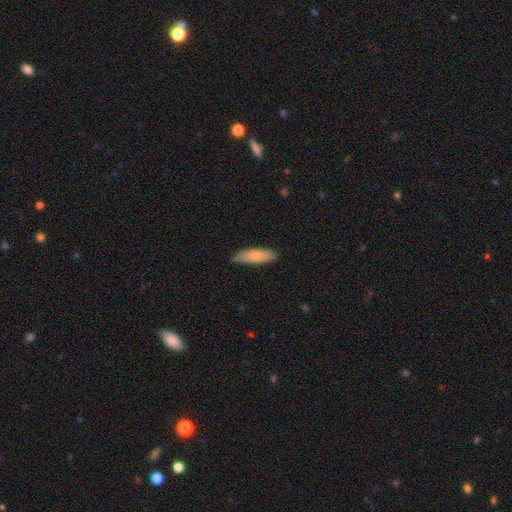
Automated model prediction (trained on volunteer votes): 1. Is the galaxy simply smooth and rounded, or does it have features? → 78% smooth, 16% featured or disk, 5% star or artifact.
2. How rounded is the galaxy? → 56% cigar-shaped, 42% in between, 2% round.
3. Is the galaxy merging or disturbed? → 76% none, 21% minor disturbance, 3% major disturbance, 1% merger.